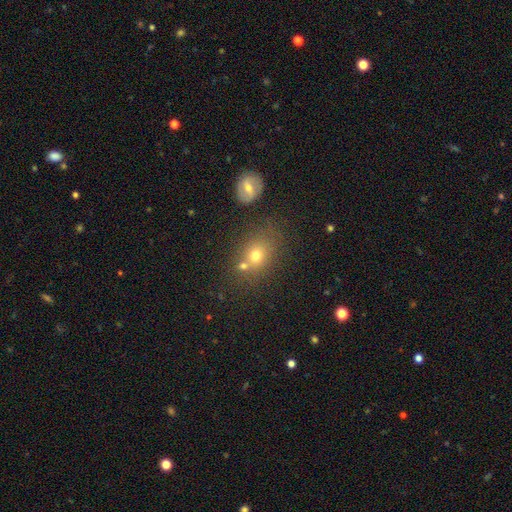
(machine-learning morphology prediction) The model was most divided on "how rounded": round: 51%, in between: 47%, cigar-shaped: 2%. More confident: smooth or featured — smooth (68%); merging — none (56%).